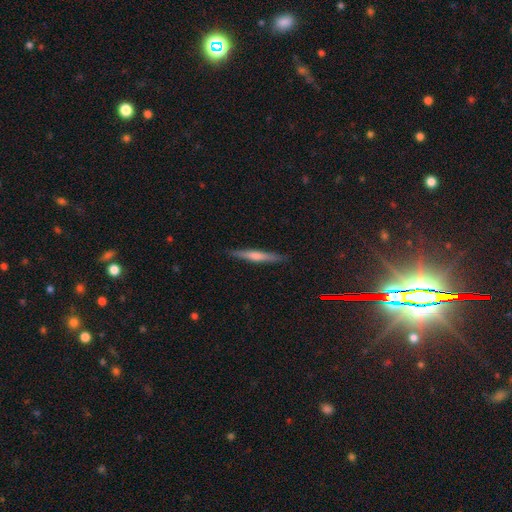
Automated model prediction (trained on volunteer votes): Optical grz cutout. It shows a featured or disk galaxy (55%) viewed edge-on (97%) with a rounded central bulge (63%). Merging: none (90%).